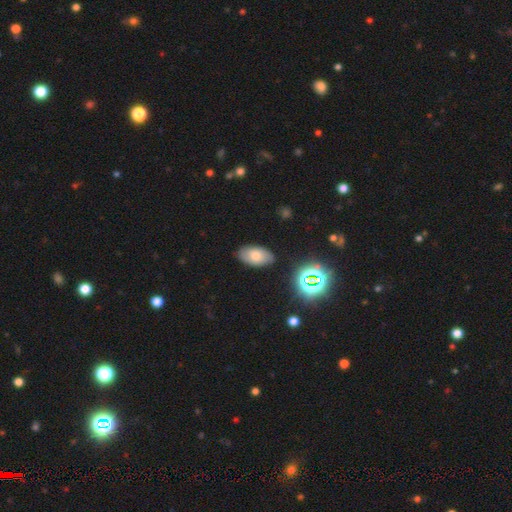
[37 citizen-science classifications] Smooth or featured? smooth (84%)
How rounded? in between (94%)
Merging? none (75%)